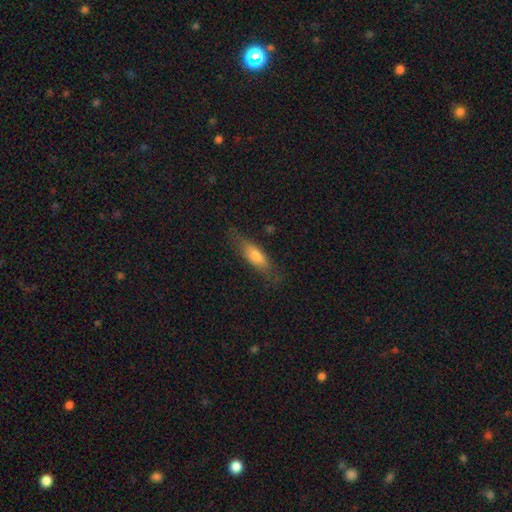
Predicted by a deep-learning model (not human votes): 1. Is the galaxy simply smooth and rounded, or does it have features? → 58% smooth, 34% featured or disk, 8% star or artifact.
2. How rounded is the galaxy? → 63% cigar-shaped, 34% in between, 2% round.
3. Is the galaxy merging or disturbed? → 75% none, 18% minor disturbance, 6% major disturbance, 1% merger.